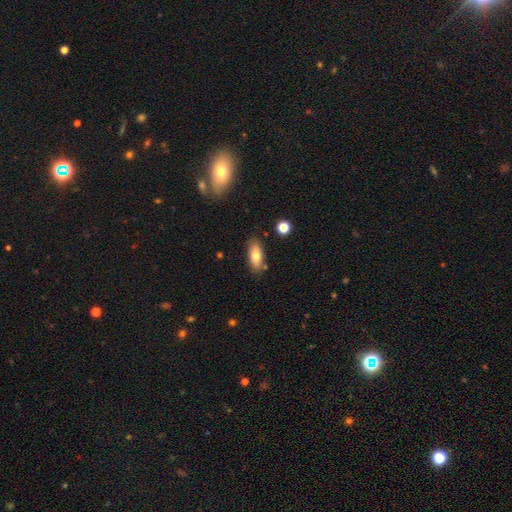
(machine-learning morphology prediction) The model was most divided on "smooth or featured": smooth: 75%, featured or disk: 18%, star or artifact: 7%. More confident: merging — none (81%); how rounded — in between (81%).